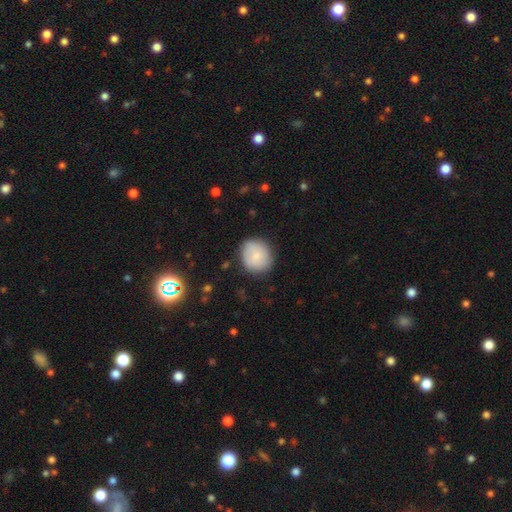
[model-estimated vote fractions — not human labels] This is likely a smooth galaxy (77%). How rounded: clearly round (84%). Merging: clearly none (81%).